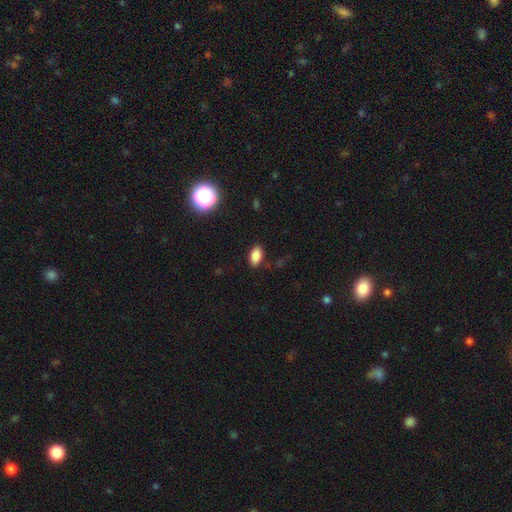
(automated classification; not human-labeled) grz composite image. It shows a smooth galaxy with no disk features (84%) that is in between round and cigar-shaped (91%). Merging: none (85%).